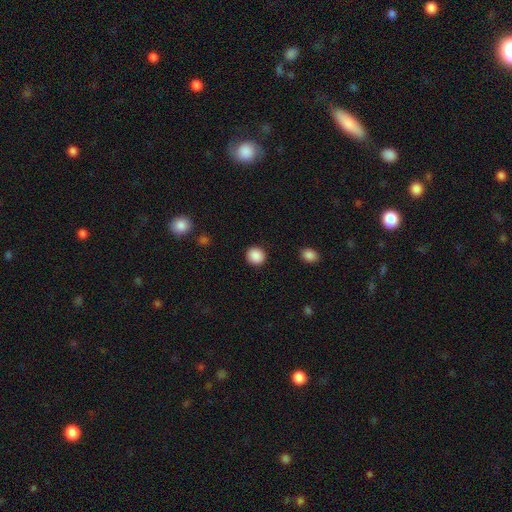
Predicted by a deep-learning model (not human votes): Smooth or featured: smooth — 89% (star or artifact — 8%)
How rounded: round — 87% (in between — 12%)
Merging: none — 91% (minor disturbance — 6%)